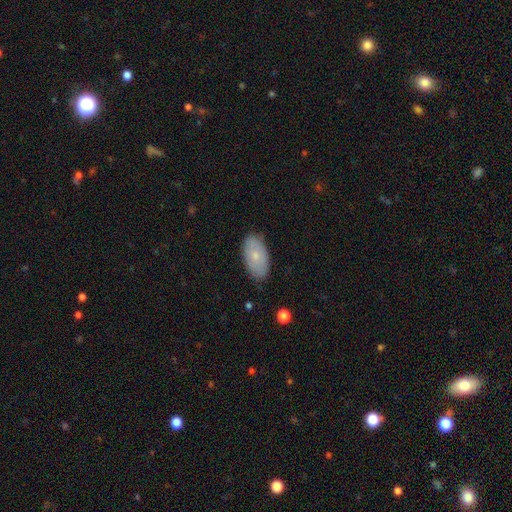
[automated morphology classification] smooth 68%, featured or disk 25%, star or artifact 6%. Down the decision tree: how rounded — in between (94%); merging — none (83%).